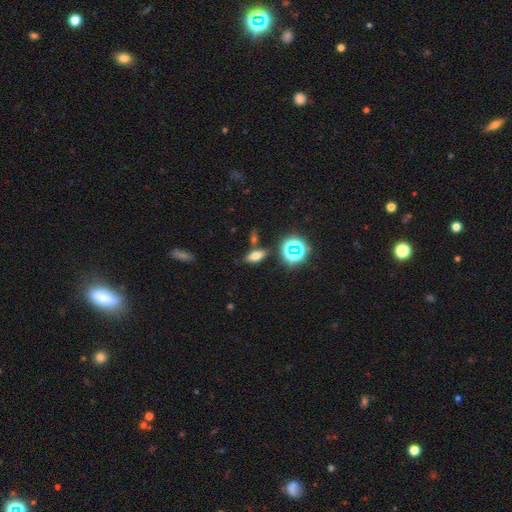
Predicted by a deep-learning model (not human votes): Overall: smooth (65%). How rounded: in between (78%). Merging: none (77%).